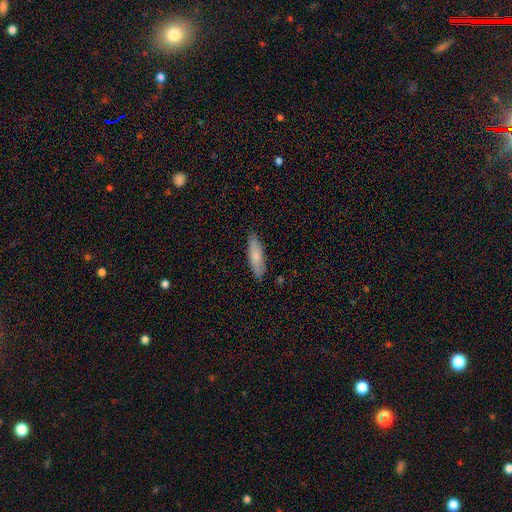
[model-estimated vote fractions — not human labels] Overall: smooth (78%). How rounded: cigar-shaped (62%; in between 36%). Merging: none (87%).